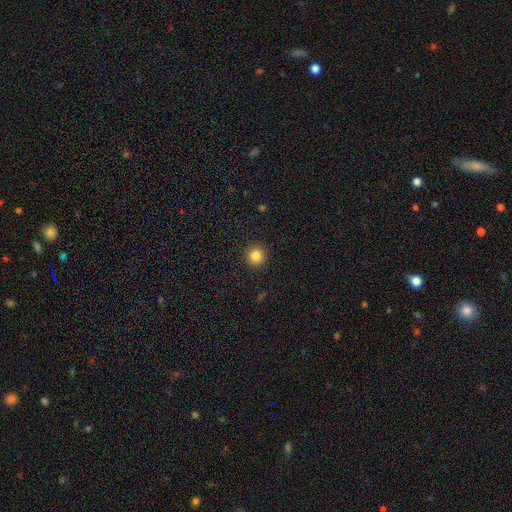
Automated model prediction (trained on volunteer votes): smooth_or_featured: smooth (p=0.85) [alt: star or artifact p=0.11]
how_rounded: round (p=0.95) [alt: in between p=0.04]
merging: none (p=0.93) [alt: minor disturbance p=0.05]